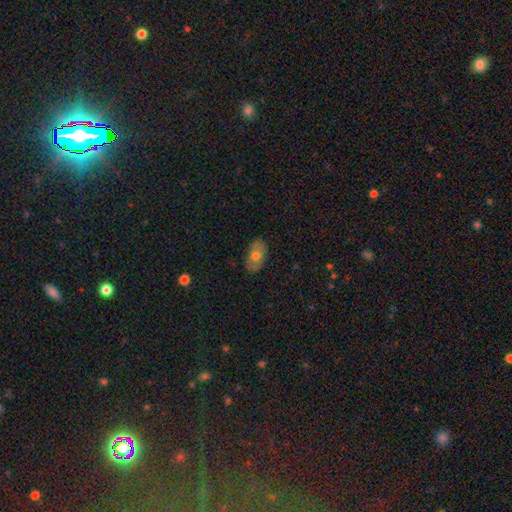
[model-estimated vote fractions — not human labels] Smooth or featured?
  - smooth: 69% *
  - featured or disk: 24%
  - star or artifact: 7%
How rounded?
  - in between: 91% *
  - round: 7%
  - cigar-shaped: 2%
Merging?
  - none: 83% *
  - minor disturbance: 13%
  - major disturbance: 3%
  - merger: 1%